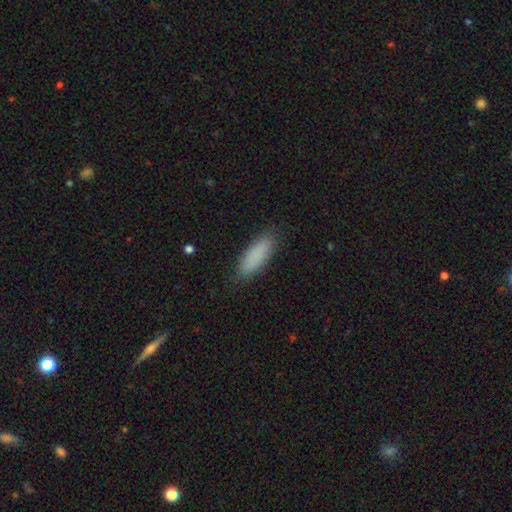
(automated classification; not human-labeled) Smooth or featured: smooth — 88% (star or artifact — 6%)
How rounded: in between — 55% (cigar-shaped — 43%)
Merging: none — 87% (minor disturbance — 10%)